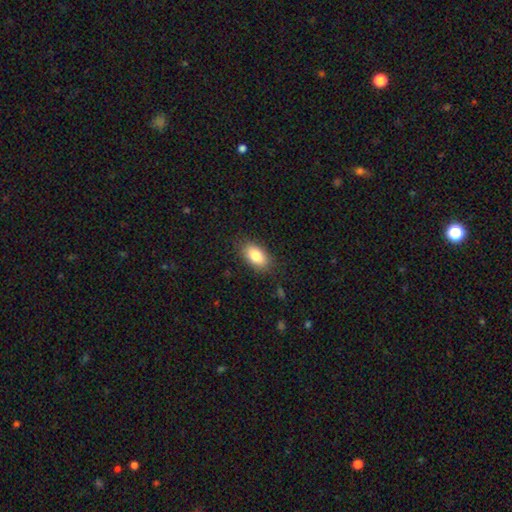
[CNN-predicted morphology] A smooth galaxy with no disk features (84%) that is in between round and cigar-shaped (91%). Merging: none (84%).